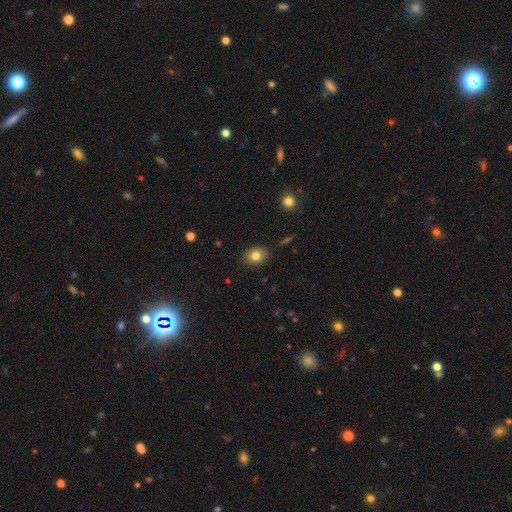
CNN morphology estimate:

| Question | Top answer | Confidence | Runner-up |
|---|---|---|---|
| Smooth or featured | smooth | 81% | star or artifact (11%) |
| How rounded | in between | 51% | round (48%) |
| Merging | none | 87% | minor disturbance (9%) |